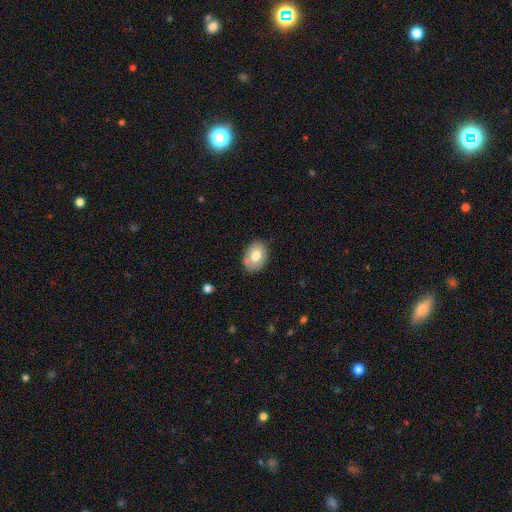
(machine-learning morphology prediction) The model was most divided on "how rounded": in between: 76%, round: 23%, cigar-shaped: 1%. More confident: merging — none (78%); smooth or featured — smooth (73%).